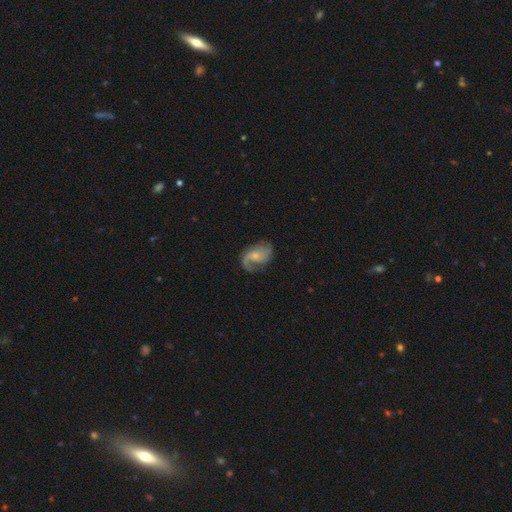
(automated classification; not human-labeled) Smooth or featured: featured or disk — 82% (smooth — 13%)
Edge-on disk: no — 98% (yes — 2%)
Bar: no — 63% (weak — 32%)
Spiral arms: yes — 96% (no — 4%)
Spiral winding: medium — 45% (loose — 38%)
Spiral arm count: 2 — 75% (1 — 16%)
Bulge size: small — 54% (moderate — 36%)
Merging: none — 67% (minor disturbance — 20%)